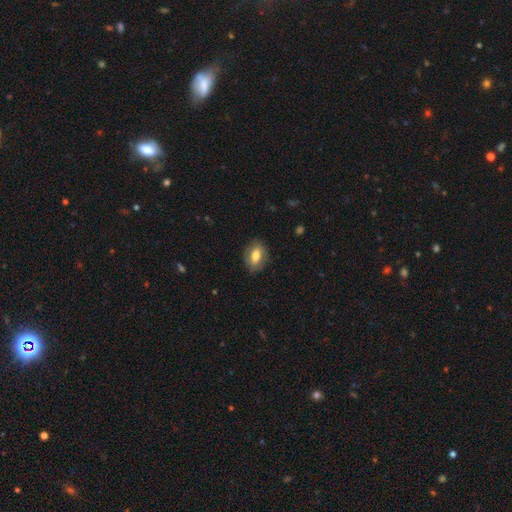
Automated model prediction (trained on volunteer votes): A smooth galaxy with no disk features (74%) that is in between round and cigar-shaped (84%). Merging: none (82%).